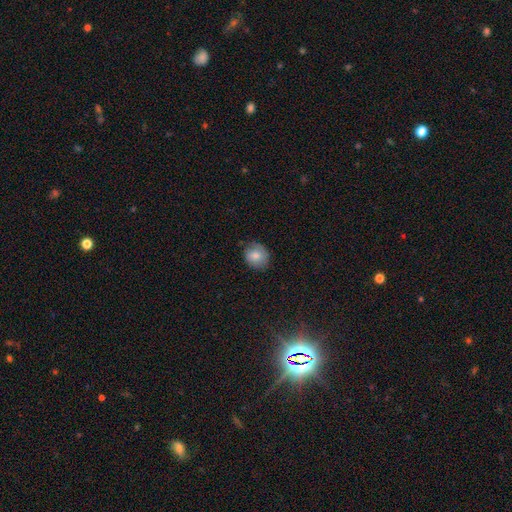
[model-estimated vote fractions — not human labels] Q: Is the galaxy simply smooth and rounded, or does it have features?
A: smooth — 79%.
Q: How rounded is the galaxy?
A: round — 68%.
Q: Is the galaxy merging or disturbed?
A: none — 75%.